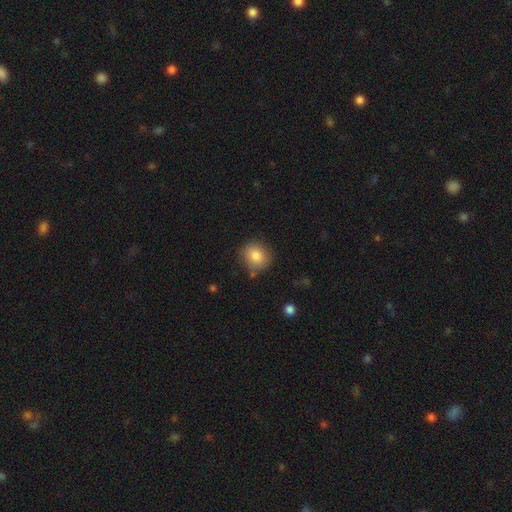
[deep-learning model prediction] A smooth galaxy with no disk features (84%) that is round (80%).

Vote fractions:
- Smooth or featured? smooth: 84% / star or artifact: 9% / featured or disk: 7%
- How rounded? round: 80% / in between: 19% / cigar-shaped: 1%
- Merging? none: 82% / minor disturbance: 12% / merger: 3% / major disturbance: 3%